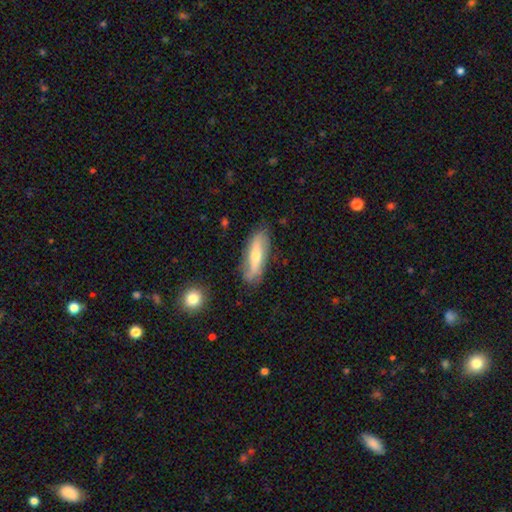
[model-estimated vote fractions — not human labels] Overall: featured or disk (51%; smooth 43%). Edge-on disk: no (58%; yes 42%). Merging: none (74%).